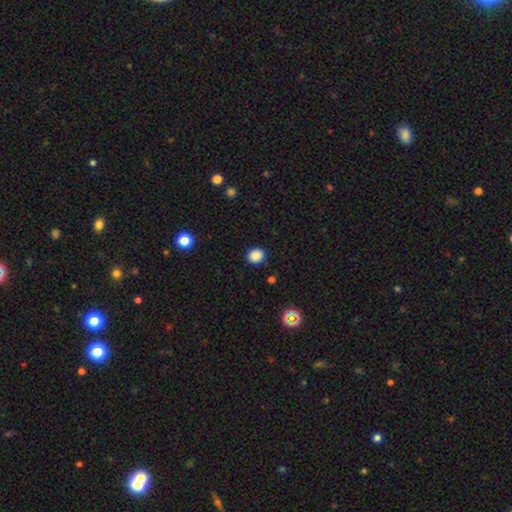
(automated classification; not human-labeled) A smooth galaxy with no disk features (86%) that is round (77%). Merging: none (89%).